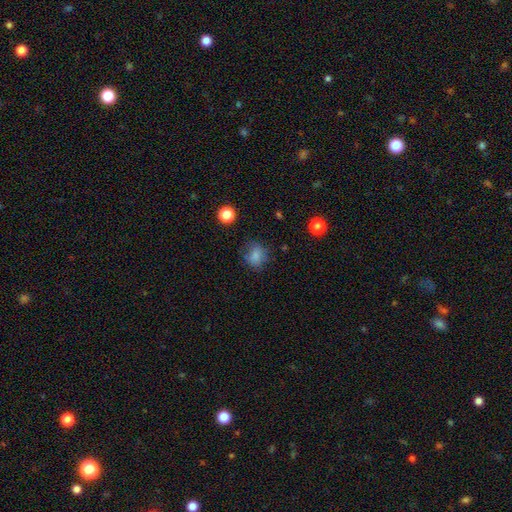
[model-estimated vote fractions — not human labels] Morphology: type=smooth (79%); roundness=round (62%); merging=none (69%).